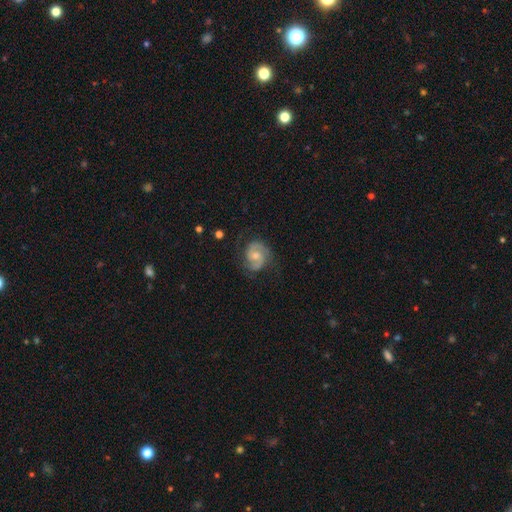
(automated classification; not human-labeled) A featured or disk galaxy (81%) with no bar (53%), 2 (89%) medium (51%) spiral arms (96%) and a moderate central bulge (55%).

Vote fractions:
- Smooth or featured? featured or disk: 81% / smooth: 13% / star or artifact: 6%
- Edge-on disk? no: 98% / yes: 2%
- Bar? no: 53% / weak: 40% / strong: 7%
- Spiral arms? yes: 96% / no: 4%
- Spiral winding? medium: 51% / tight: 34% / loose: 15%
- Spiral arm count? 2: 89% / can't tell: 5% / 3: 2% / 1: 2% / 4: 1% / more than 4: 1%
- Bulge size? moderate: 55% / small: 36% / none: 4% / large: 3% / dominant: 1%
- Merging? none: 74% / minor disturbance: 18% / major disturbance: 7% / merger: 1%